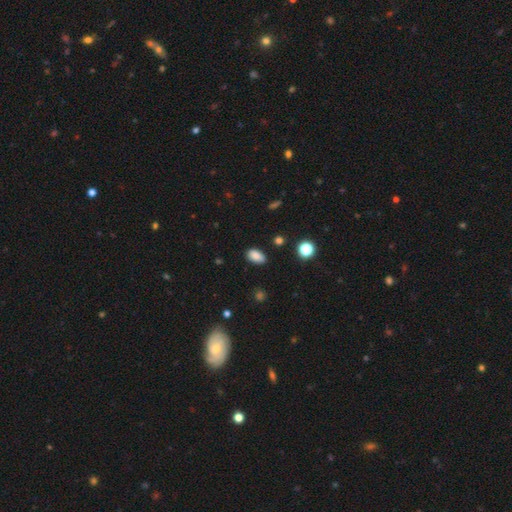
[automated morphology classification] smooth_or_featured: smooth (p=0.85) [alt: star or artifact p=0.10]
how_rounded: in between (p=0.90) [alt: round p=0.08]
merging: none (p=0.78) [alt: minor disturbance p=0.17]